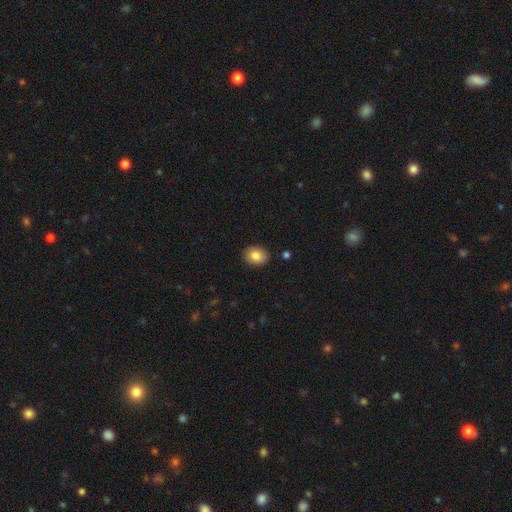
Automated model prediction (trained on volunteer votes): Morphology: type=smooth (85%); roundness=in between (57%); merging=none (89%).